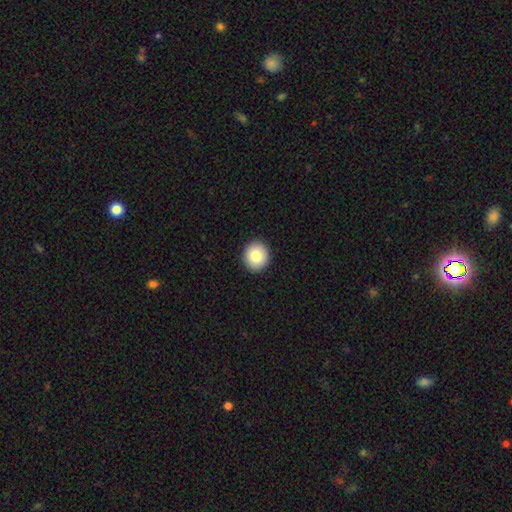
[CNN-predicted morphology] Overall: smooth (82%). How rounded: round (83%). Merging: none (92%).